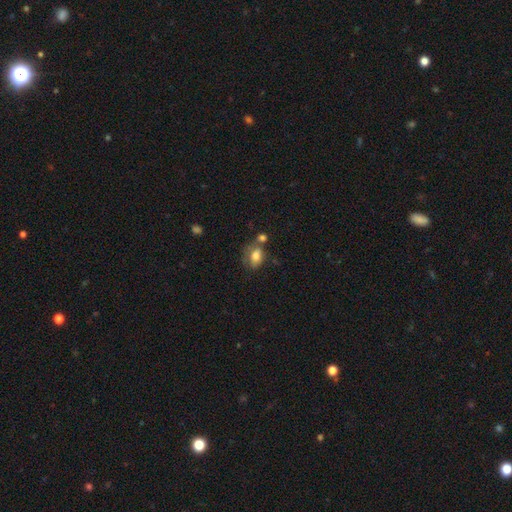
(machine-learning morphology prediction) The model was most divided on "merging": none: 42%, merger: 26%, minor disturbance: 21%, major disturbance: 10%. More confident: smooth or featured — smooth (78%); how rounded — in between (77%).